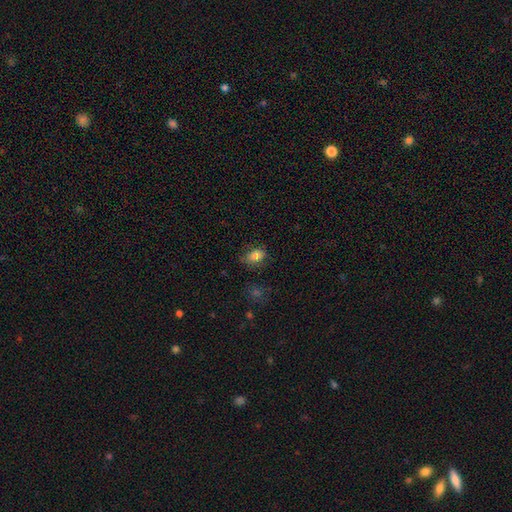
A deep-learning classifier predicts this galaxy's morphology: smooth_or_featured: smooth (p=0.83) [alt: star or artifact p=0.10]
how_rounded: in between (p=0.81) [alt: round p=0.17]
merging: none (p=0.69) [alt: minor disturbance p=0.23]